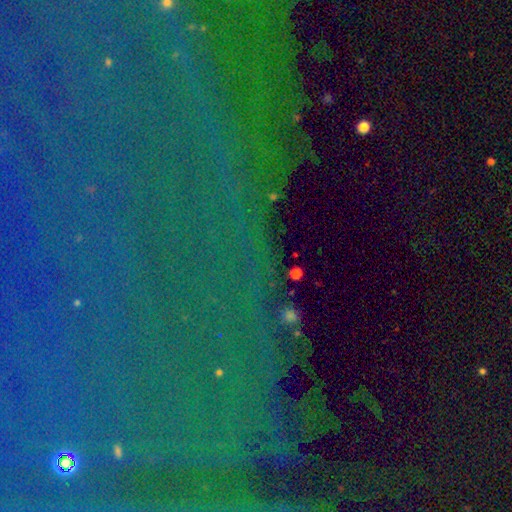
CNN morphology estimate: The model was most divided on "smooth or featured": star or artifact: 85%, featured or disk: 8%, smooth: 8%.